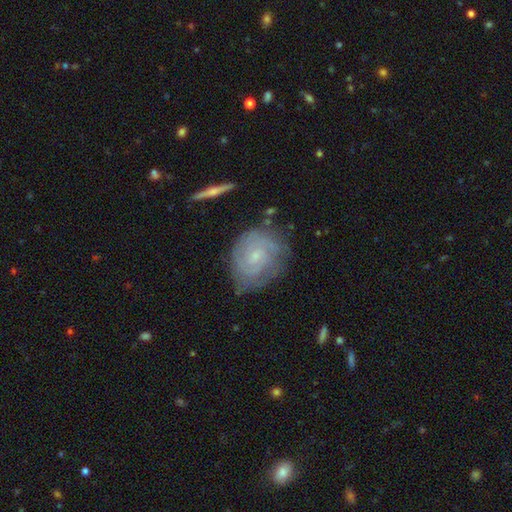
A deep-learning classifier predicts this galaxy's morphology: This appears to be a featured or disk galaxy (74%) with no bar (58%), tight (67%) spiral arms (91%) and a small central bulge (70%). Merging: none (69%).